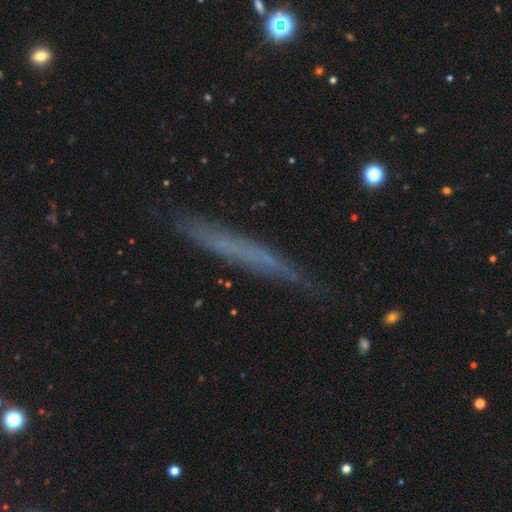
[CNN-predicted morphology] A featured or disk galaxy (47%). Merging: none (78%).